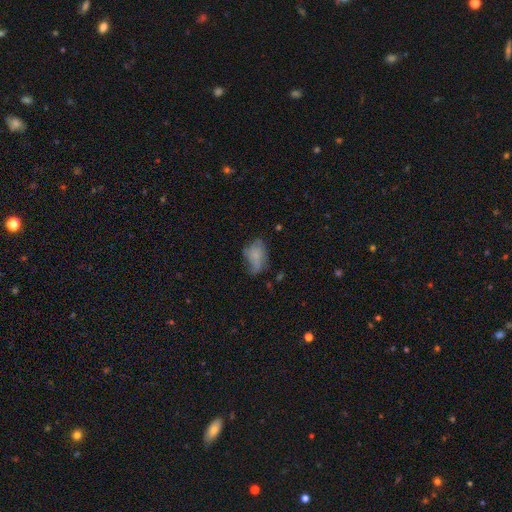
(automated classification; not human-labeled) A smooth galaxy with no disk features (61%) that is in between round and cigar-shaped (86%).

Vote fractions:
- Smooth or featured? smooth: 61% / featured or disk: 29% / star or artifact: 10%
- How rounded? in between: 86% / round: 12% / cigar-shaped: 2%
- Merging? none: 38% / minor disturbance: 35% / major disturbance: 23% / merger: 3%